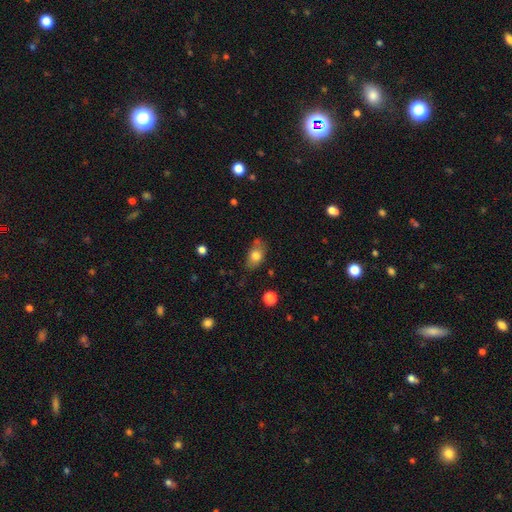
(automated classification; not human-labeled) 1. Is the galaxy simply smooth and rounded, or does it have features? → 78% smooth, 14% featured or disk, 9% star or artifact.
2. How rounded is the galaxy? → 82% in between, 15% round, 3% cigar-shaped.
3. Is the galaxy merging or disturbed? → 63% none, 25% minor disturbance, 6% major disturbance, 5% merger.